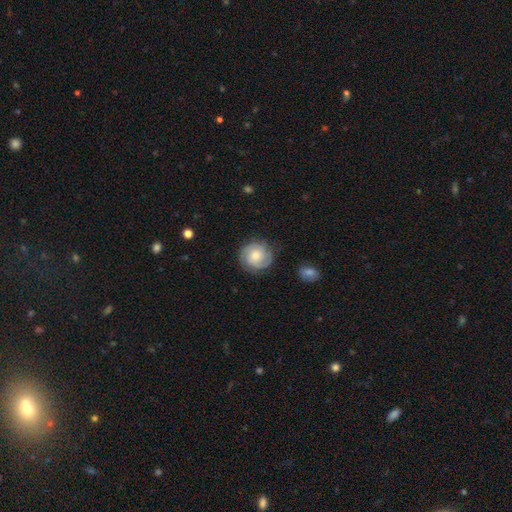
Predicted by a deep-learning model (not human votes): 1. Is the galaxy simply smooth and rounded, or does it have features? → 64% featured or disk, 29% smooth, 7% star or artifact.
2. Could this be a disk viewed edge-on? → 98% no, 2% yes.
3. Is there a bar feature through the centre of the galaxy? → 71% no, 25% weak, 4% strong.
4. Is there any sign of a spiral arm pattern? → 92% yes, 8% no.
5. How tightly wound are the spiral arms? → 63% tight, 30% medium, 8% loose.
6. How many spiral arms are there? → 62% 2, 18% can't tell, 10% 3, 4% 1, 3% 4, 3% more than 4.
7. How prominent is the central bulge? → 51% moderate, 37% small, 7% large, 3% none, 2% dominant.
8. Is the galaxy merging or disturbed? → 82% none, 13% minor disturbance, 4% major disturbance, 2% merger.